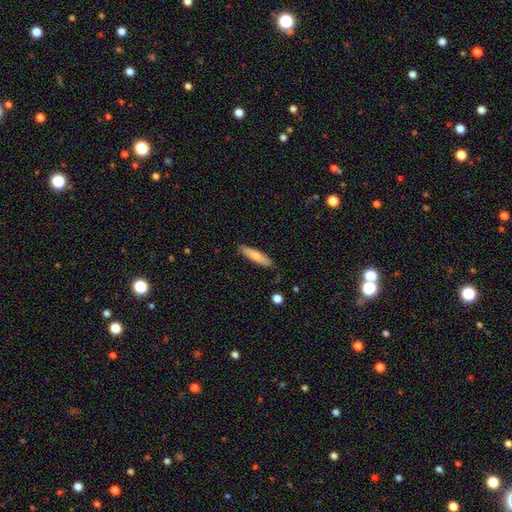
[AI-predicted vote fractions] Smooth or featured? Predicted: smooth (p=0.73). How rounded? Predicted: cigar-shaped (p=0.82). Merging? Predicted: none (p=0.86).